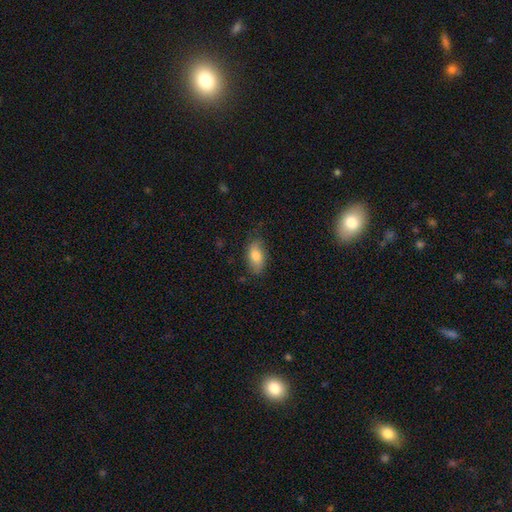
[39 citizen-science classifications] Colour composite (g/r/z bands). It shows a smooth galaxy with no disk features (77%) that is in between round and cigar-shaped (90%). Merging: none (81%).